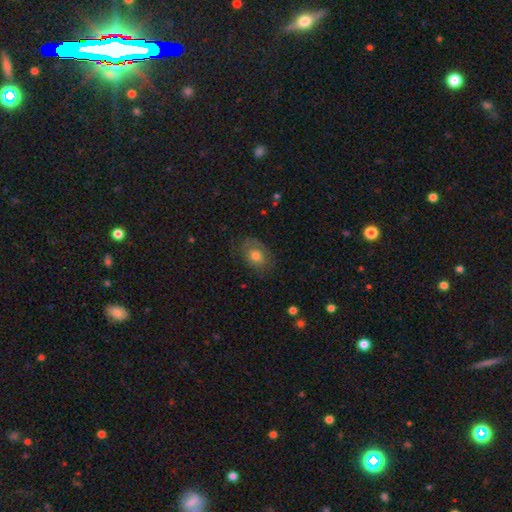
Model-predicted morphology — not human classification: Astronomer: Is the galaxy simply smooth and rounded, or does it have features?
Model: smooth — 61%.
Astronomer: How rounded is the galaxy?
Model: in between — 74%.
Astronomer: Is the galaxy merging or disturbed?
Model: none — 70%.